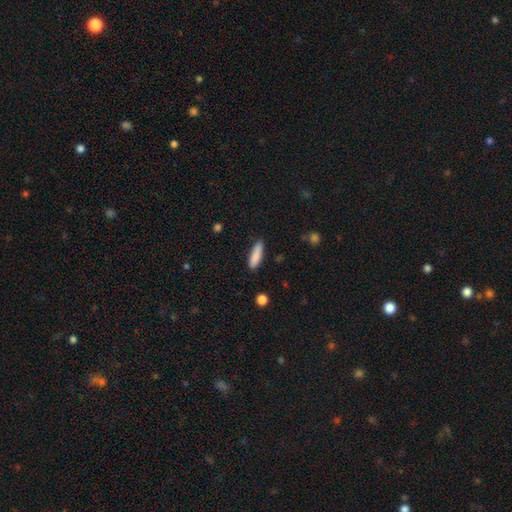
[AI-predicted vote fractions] The model was most divided on "how rounded": cigar-shaped: 63%, in between: 35%, round: 2%. More confident: smooth or featured — smooth (87%); merging — none (85%).